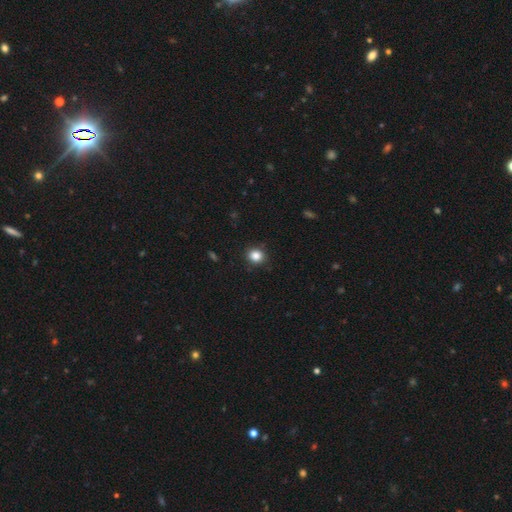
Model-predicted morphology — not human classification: smooth-or-featured: smooth: 85% | star or artifact: 11% | featured or disk: 4%
  how-rounded: round: 78% | in between: 21% | cigar-shaped: 1%
  merging: none: 88% | minor disturbance: 8% | major disturbance: 2% | merger: 1%